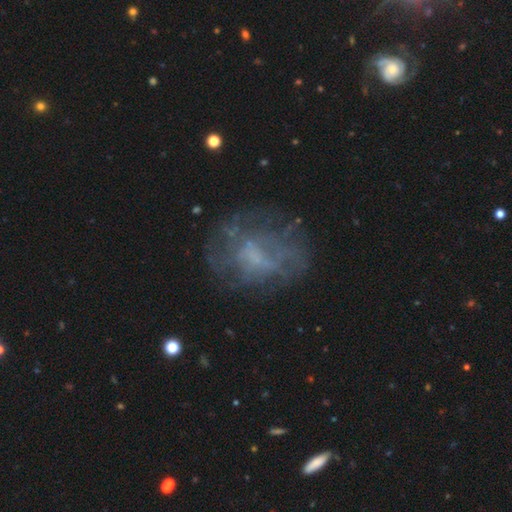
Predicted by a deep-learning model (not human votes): Smooth or featured? featured or disk (58%)
Edge-on disk? no (97%)
Bar? no (68%)
Spiral arms? no (67%)
Bulge size? none (46%)
Merging? none (60%)